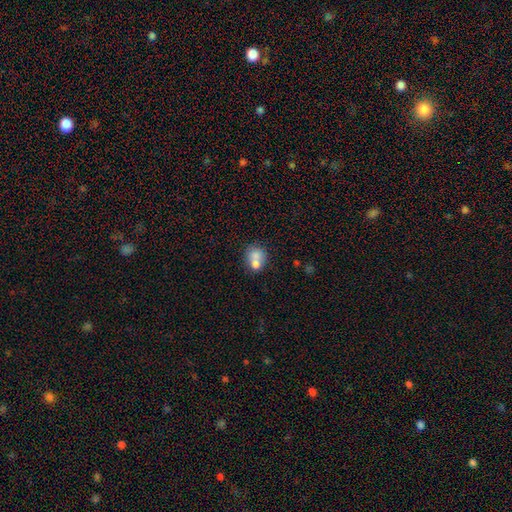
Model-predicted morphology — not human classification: Q: Smooth or featured?
A: smooth (70%); runner-up: featured or disk (20%)
Q: How rounded?
A: round (65%); runner-up: in between (34%)
Q: Merging?
A: merger (58%); runner-up: none (30%)